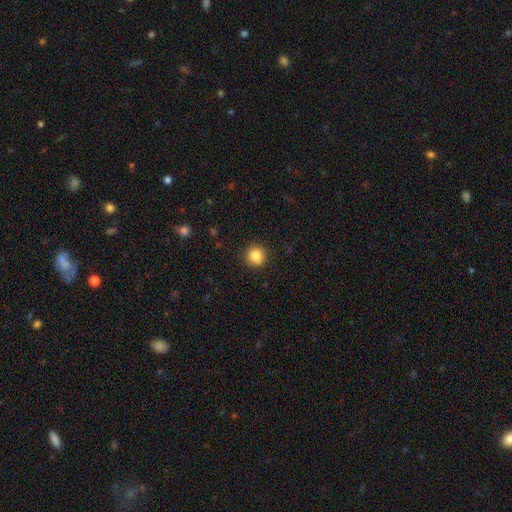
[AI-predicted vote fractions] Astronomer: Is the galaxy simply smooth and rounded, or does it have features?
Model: smooth — 83%.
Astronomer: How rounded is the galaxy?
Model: round — 91%.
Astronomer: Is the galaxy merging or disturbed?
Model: none — 84%.